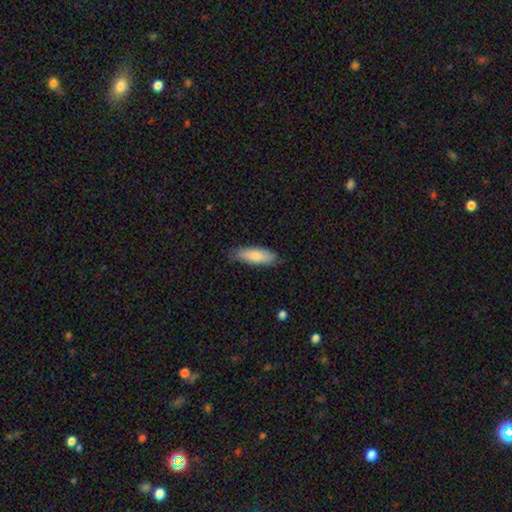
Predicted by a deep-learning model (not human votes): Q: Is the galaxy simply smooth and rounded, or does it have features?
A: smooth — 80%.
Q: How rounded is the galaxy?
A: in between — 60%.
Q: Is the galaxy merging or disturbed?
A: none — 77%.